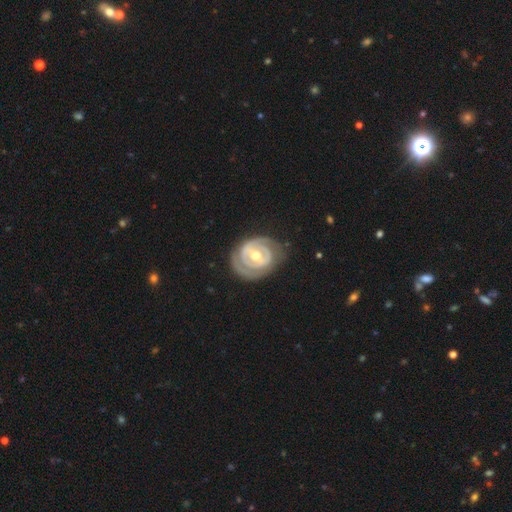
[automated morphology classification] A featured or disk galaxy (83%) with a weak bar (43%), 2 (56%) tight (73%) spiral arms (82%) and a moderate central bulge (68%).

Vote fractions:
- Smooth or featured? featured or disk: 83% / smooth: 13% / star or artifact: 4%
- Edge-on disk? no: 97% / yes: 3%
- Bar? weak: 43% / no: 29% / strong: 28%
- Spiral arms? yes: 82% / no: 18%
- Spiral winding? tight: 73% / medium: 20% / loose: 7%
- Spiral arm count? 2: 56% / can't tell: 22% / 1: 12% / 3: 6% / 4: 2% / more than 4: 2%
- Bulge size? moderate: 68% / small: 27% / large: 3% / none: 1% / dominant: 1%
- Merging? none: 72% / minor disturbance: 18% / major disturbance: 8% / merger: 1%